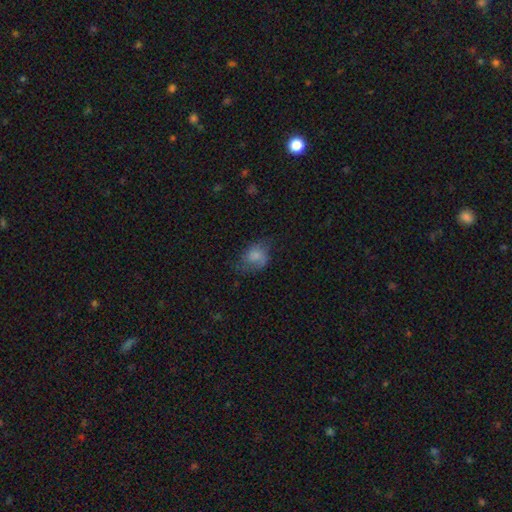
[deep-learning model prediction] Smooth or featured? Predicted: smooth (p=0.62). How rounded? Predicted: in between (p=0.54). Merging? Predicted: none (p=0.44).